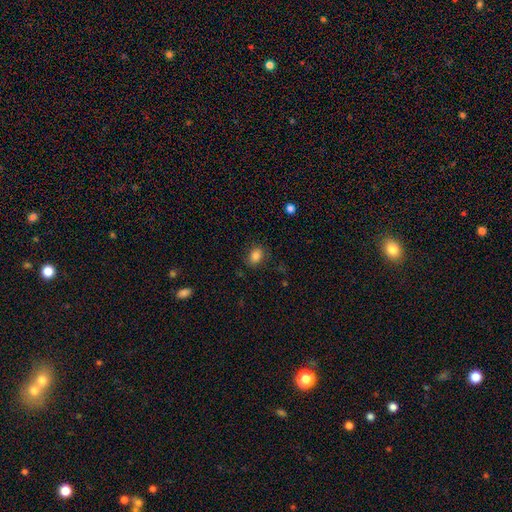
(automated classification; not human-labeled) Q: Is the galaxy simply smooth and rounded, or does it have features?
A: smooth — 83%.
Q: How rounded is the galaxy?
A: in between — 66%.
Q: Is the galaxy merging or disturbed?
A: none — 79%.